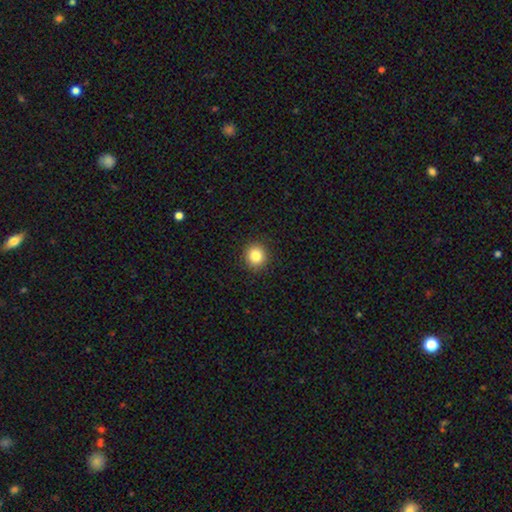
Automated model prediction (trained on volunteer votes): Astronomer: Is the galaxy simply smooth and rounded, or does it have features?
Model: smooth — 83%.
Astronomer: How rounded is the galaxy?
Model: round — 90%.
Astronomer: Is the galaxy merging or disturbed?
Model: none — 92%.